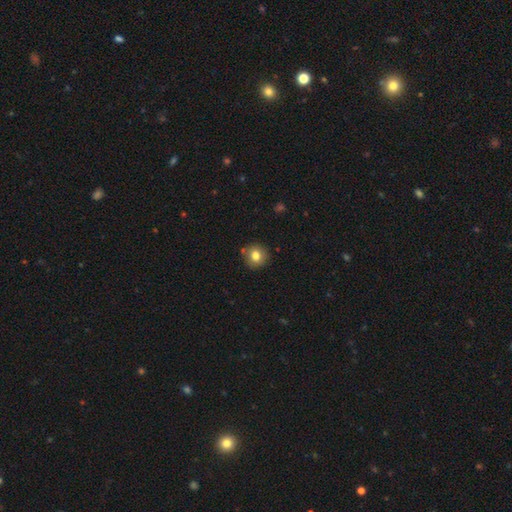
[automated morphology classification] A smooth galaxy with no disk features (79%) that is round (92%).

Vote fractions:
- Smooth or featured? smooth: 79% / featured or disk: 11% / star or artifact: 10%
- How rounded? round: 92% / in between: 7% / cigar-shaped: 1%
- Merging? none: 85% / minor disturbance: 9% / merger: 3% / major disturbance: 2%